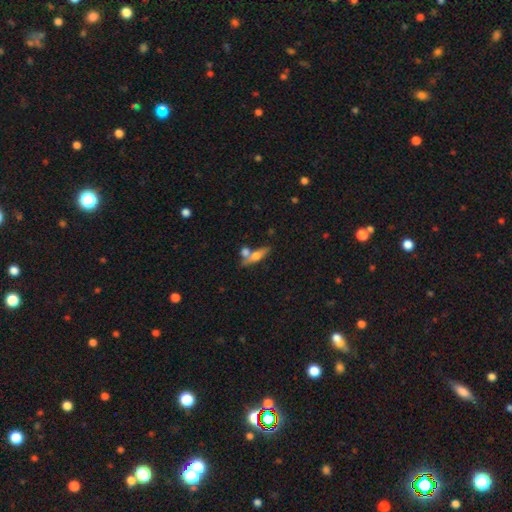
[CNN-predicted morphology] The model was most divided on "smooth or featured": featured or disk: 47%, smooth: 44%, star or artifact: 8%. More confident: merging — none (53%).